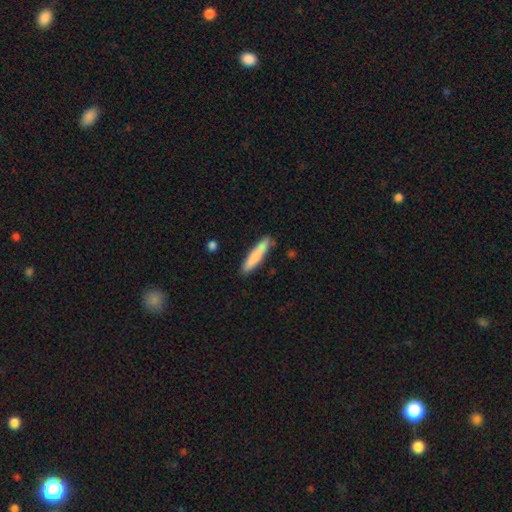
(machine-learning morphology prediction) Q: Smooth or featured?
A: smooth (78%); runner-up: featured or disk (17%)
Q: How rounded?
A: cigar-shaped (88%); runner-up: in between (11%)
Q: Merging?
A: none (84%); runner-up: minor disturbance (12%)